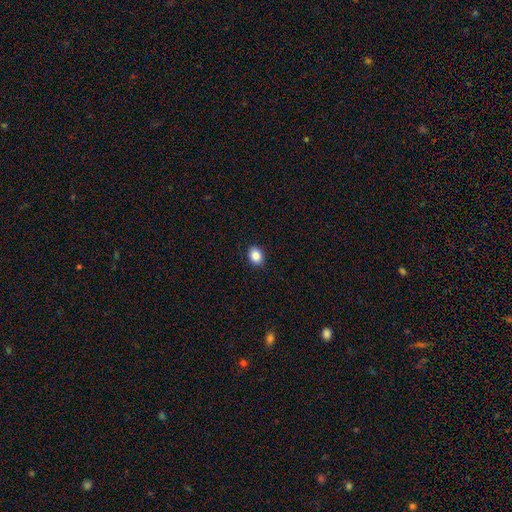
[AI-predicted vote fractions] Smooth or featured? Predicted: smooth (p=0.86). How rounded? Predicted: in between (p=0.58). Merging? Predicted: none (p=0.90).